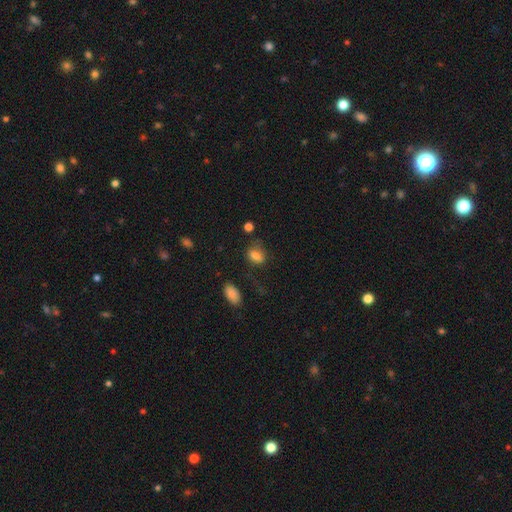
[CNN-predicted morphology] Smooth or featured? Predicted: smooth (p=0.77). How rounded? Predicted: in between (p=0.80). Merging? Predicted: none (p=0.55).